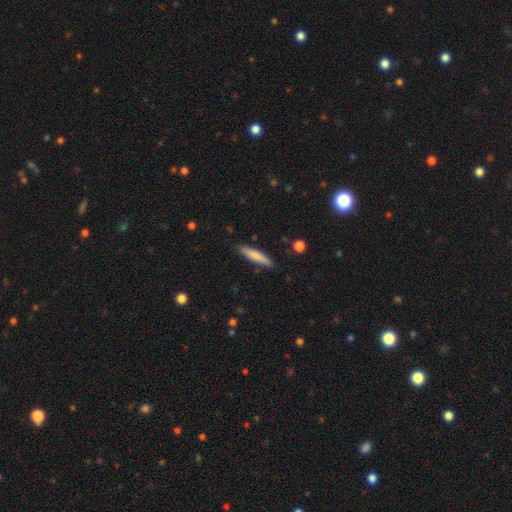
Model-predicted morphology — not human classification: smooth-or-featured: smooth: 76% | featured or disk: 18% | star or artifact: 6%
  how-rounded: cigar-shaped: 86% | in between: 12% | round: 1%
  merging: none: 87% | minor disturbance: 10% | major disturbance: 2% | merger: 2%